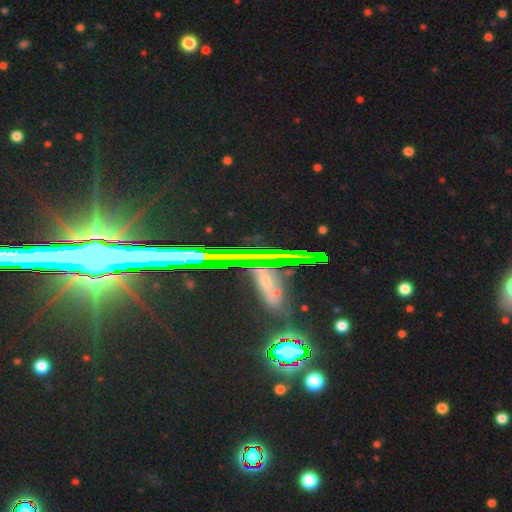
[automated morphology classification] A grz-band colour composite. It shows a star or artifact, not a galaxy (74%).